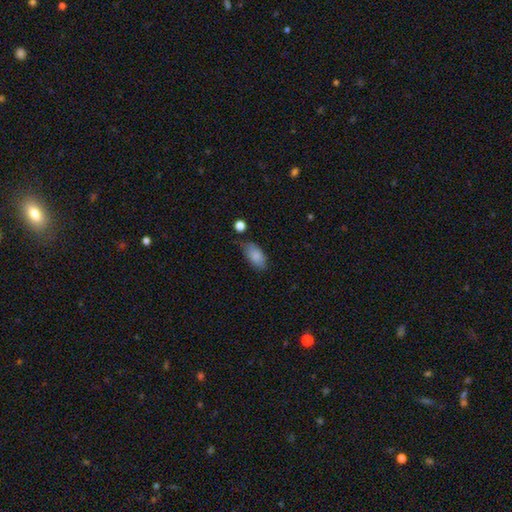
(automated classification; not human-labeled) Smooth or featured?
  - smooth: 85% *
  - featured or disk: 7%
  - star or artifact: 7%
How rounded?
  - in between: 92% *
  - cigar-shaped: 4%
  - round: 4%
Merging?
  - none: 62% *
  - minor disturbance: 27%
  - major disturbance: 7%
  - merger: 5%